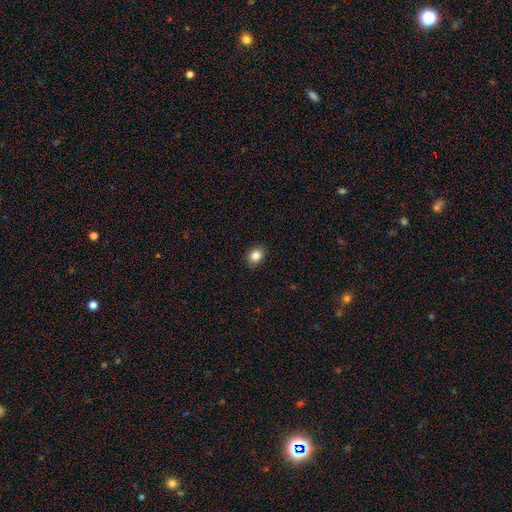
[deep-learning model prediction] Overall: smooth (84%). How rounded: in between (50%; round 49%). Merging: none (85%).